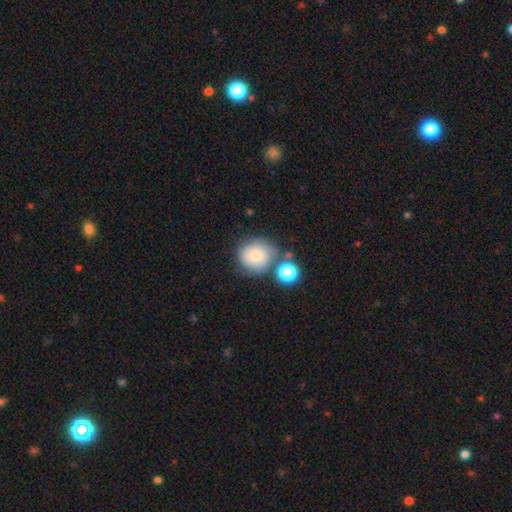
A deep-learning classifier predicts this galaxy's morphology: The model was most divided on "merging": none: 57%, minor disturbance: 19%, merger: 16%, major disturbance: 8%. More confident: how rounded — round (83%); smooth or featured — smooth (67%).